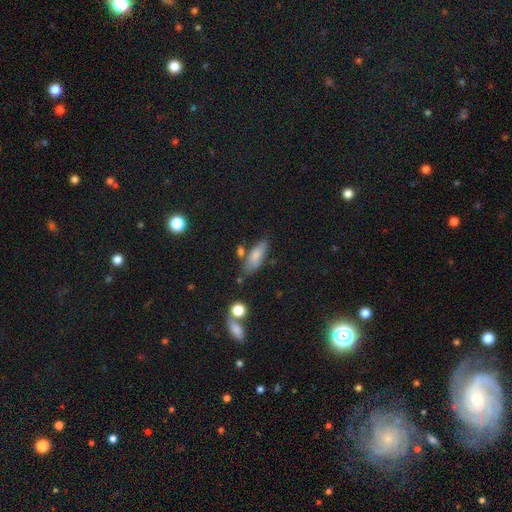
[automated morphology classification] smooth-or-featured: smooth: 77% | featured or disk: 16% | star or artifact: 7%
  how-rounded: in between: 68% | cigar-shaped: 29% | round: 3%
  merging: none: 63% | minor disturbance: 21% | merger: 10% | major disturbance: 6%